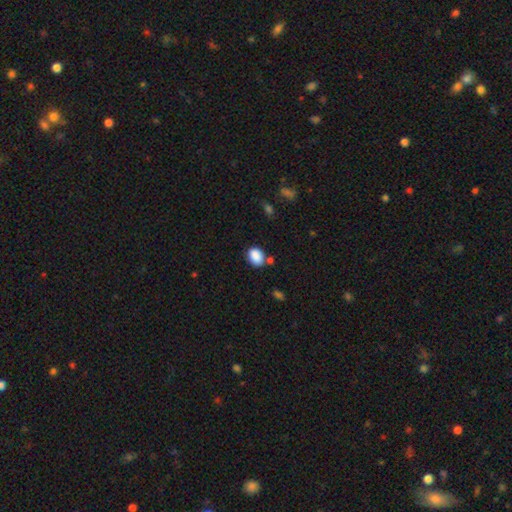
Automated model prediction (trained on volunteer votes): Overall: smooth (88%). How rounded: in between (67%; round 32%). Merging: none (73%).